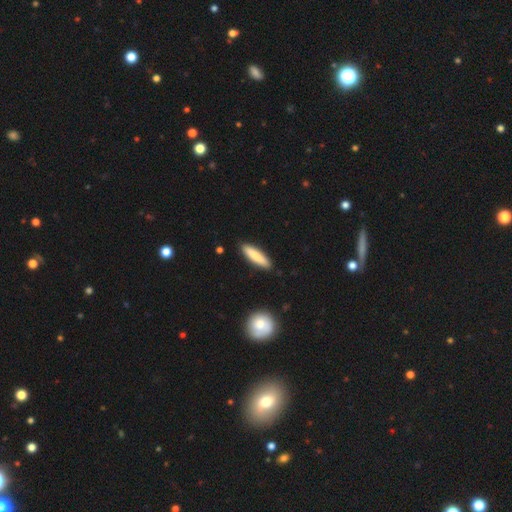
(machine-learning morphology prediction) This appears to be a smooth galaxy with no disk features (79%) that is cigar-shaped (79%). Merging: none (90%).